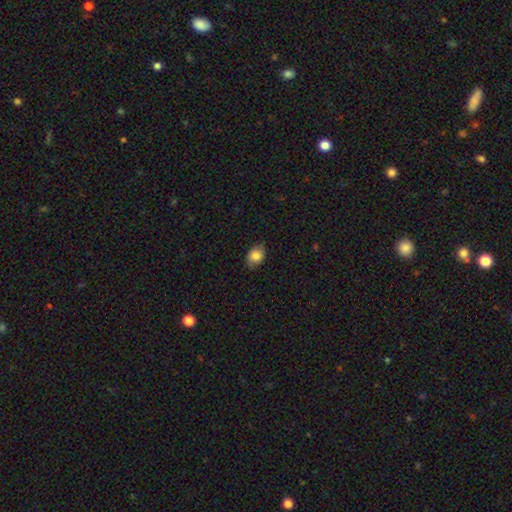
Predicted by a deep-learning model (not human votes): This is clearly a smooth galaxy (83%). How rounded: likely in between (74%). Merging: clearly none (80%).